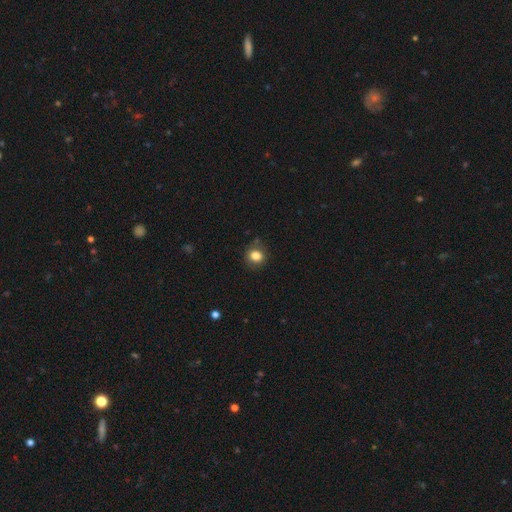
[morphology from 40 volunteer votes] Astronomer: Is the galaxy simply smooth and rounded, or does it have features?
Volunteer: smooth — 82%.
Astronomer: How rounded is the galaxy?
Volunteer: round — 73%.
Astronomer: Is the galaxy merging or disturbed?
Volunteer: none — 79%.